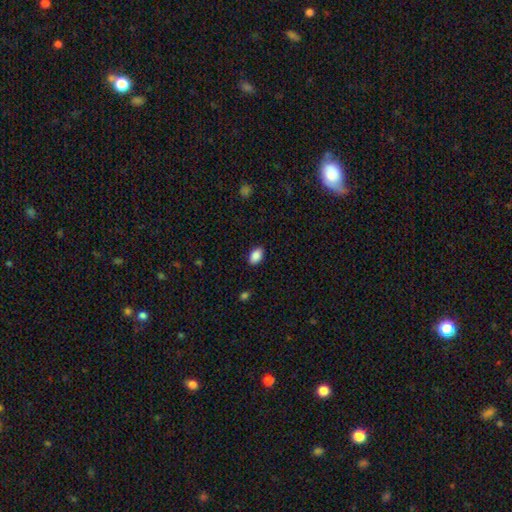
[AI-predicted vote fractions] Smooth or featured?
  - smooth: 89% *
  - star or artifact: 8%
  - featured or disk: 4%
How rounded?
  - in between: 90% *
  - round: 8%
  - cigar-shaped: 1%
Merging?
  - none: 87% *
  - minor disturbance: 9%
  - major disturbance: 2%
  - merger: 1%